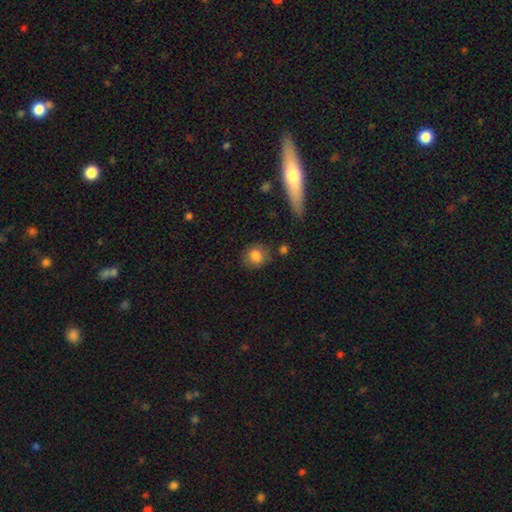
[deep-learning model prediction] Smooth or featured?
  - smooth: 82% *
  - featured or disk: 9%
  - star or artifact: 9%
How rounded?
  - round: 81% *
  - in between: 18%
  - cigar-shaped: 1%
Merging?
  - none: 79% *
  - minor disturbance: 14%
  - major disturbance: 4%
  - merger: 3%